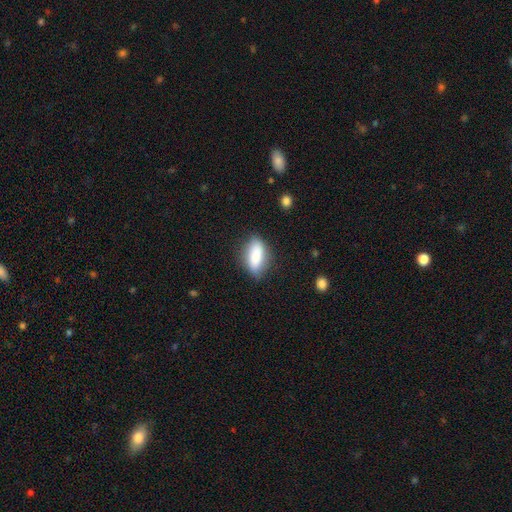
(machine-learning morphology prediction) Smooth or featured: smooth — 83% (featured or disk — 10%)
How rounded: in between — 82% (cigar-shaped — 14%)
Merging: none — 78% (minor disturbance — 17%)